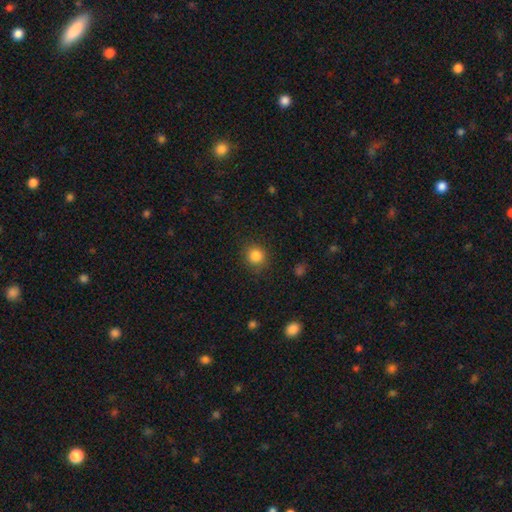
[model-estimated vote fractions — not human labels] smooth 84%, star or artifact 11%, featured or disk 5%. Down the decision tree: how rounded — round (90%); merging — none (87%).